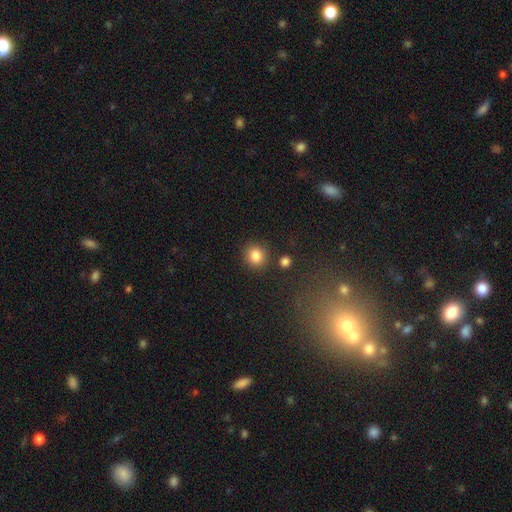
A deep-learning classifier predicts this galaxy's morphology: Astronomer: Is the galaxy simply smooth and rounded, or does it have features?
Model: smooth — 85%.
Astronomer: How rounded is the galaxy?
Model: round — 85%.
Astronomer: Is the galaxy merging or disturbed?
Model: none — 84%.